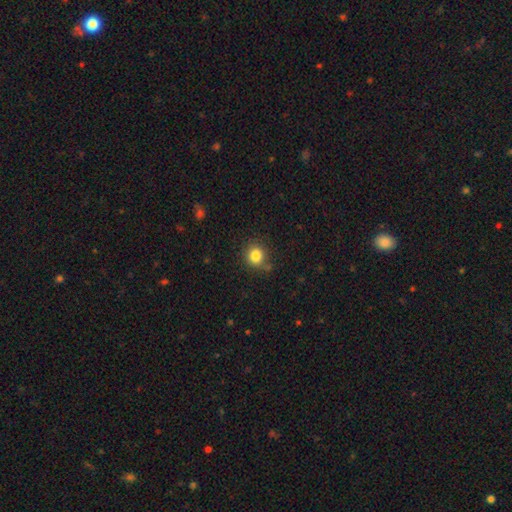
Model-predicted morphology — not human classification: A smooth galaxy with no disk features (83%) that is round (82%). Merging: none (78%).